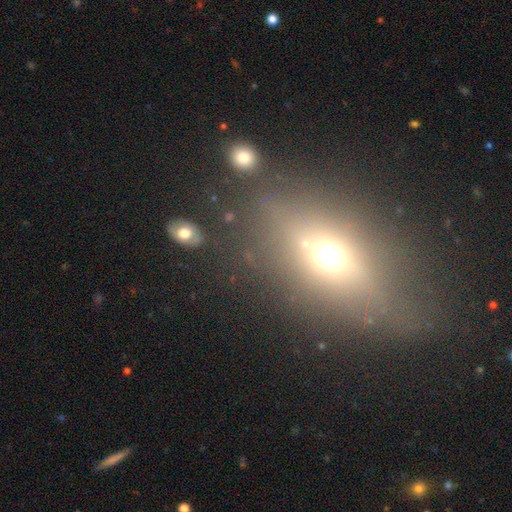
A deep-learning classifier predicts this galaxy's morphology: Overall: smooth (42%; featured or disk 33%). Merging: none (69%).